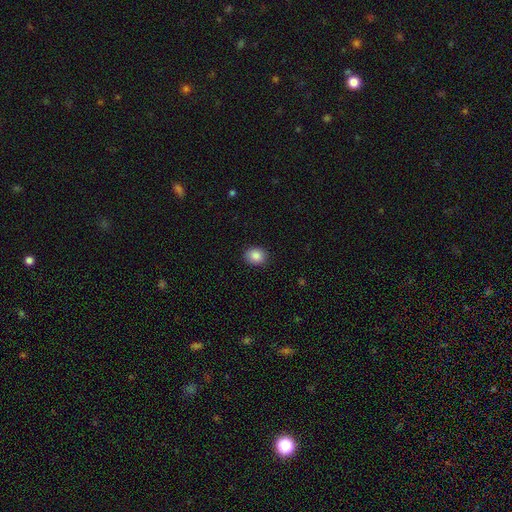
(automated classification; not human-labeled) A smooth galaxy with no disk features (87%) that is round (64%). Merging: none (89%).